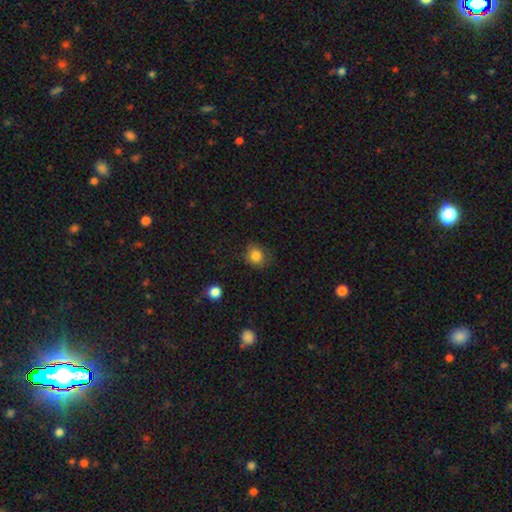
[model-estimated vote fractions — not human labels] Smooth or featured? Predicted: smooth (p=0.83). How rounded? Predicted: round (p=0.76). Merging? Predicted: none (p=0.75).